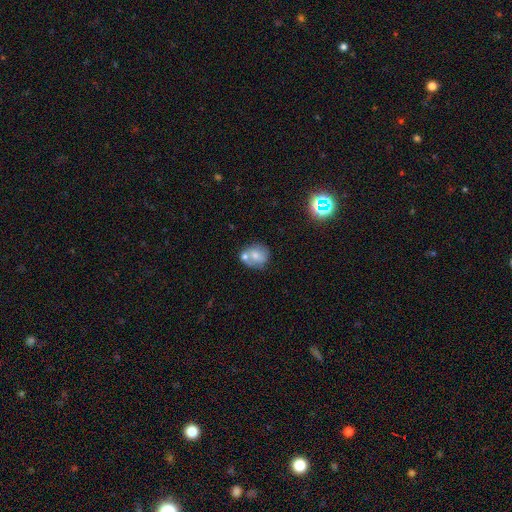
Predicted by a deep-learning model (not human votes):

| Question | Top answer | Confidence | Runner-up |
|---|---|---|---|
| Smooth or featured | smooth | 57% | featured or disk (33%) |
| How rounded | round | 70% | in between (28%) |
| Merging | none | 45% | merger (34%) |